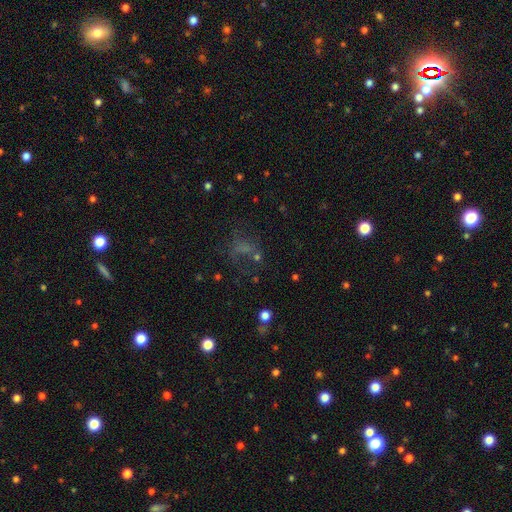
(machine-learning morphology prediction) The model was most divided on "smooth or featured": smooth: 39%, star or artifact: 35%, featured or disk: 26%. Remaining: merging — none (44%).